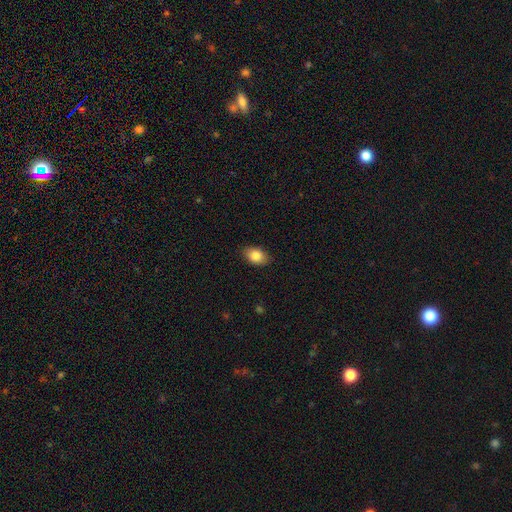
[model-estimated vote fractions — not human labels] smooth_or_featured: smooth (p=0.84) [alt: star or artifact p=0.08]
how_rounded: in between (p=0.83) [alt: round p=0.16]
merging: none (p=0.87) [alt: minor disturbance p=0.10]